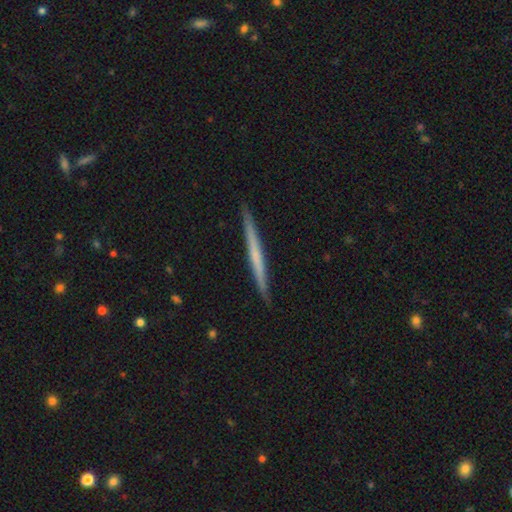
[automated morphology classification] Overall: featured or disk (52%; smooth 43%). Edge-on disk: yes (98%). Edge-on bulge: none (85%). Merging: none (92%).